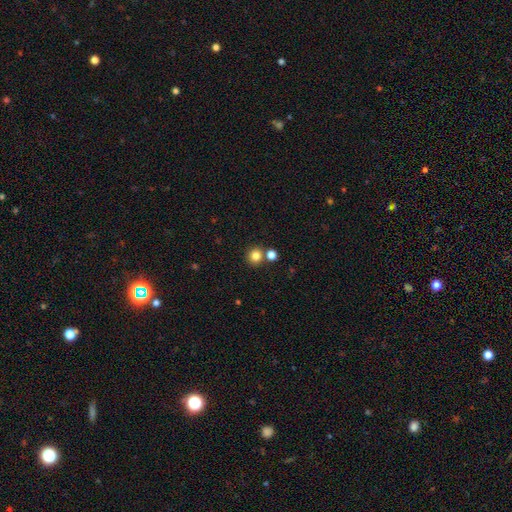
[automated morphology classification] Smooth or featured? smooth (81%)
How rounded? round (92%)
Merging? none (75%)